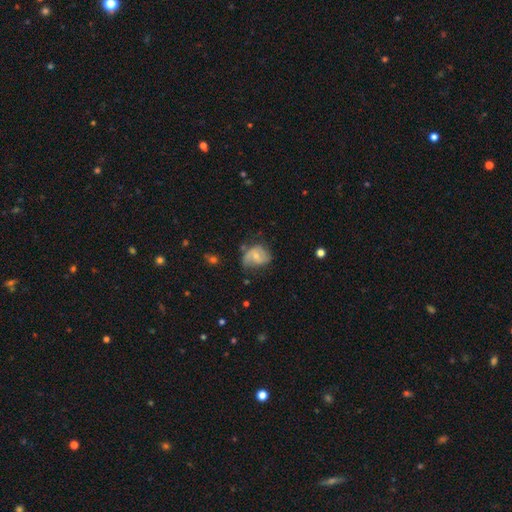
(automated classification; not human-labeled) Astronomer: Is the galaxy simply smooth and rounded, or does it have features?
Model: featured or disk — 59%.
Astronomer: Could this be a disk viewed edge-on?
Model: no — 97%.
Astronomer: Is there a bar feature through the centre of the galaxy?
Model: no — 50% (runner-up: weak, 40%).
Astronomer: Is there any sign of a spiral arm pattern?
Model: yes — 80%.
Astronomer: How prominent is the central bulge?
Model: small — 50% (runner-up: moderate, 44%).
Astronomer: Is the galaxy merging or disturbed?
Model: none — 45% (runner-up: minor disturbance, 33%).